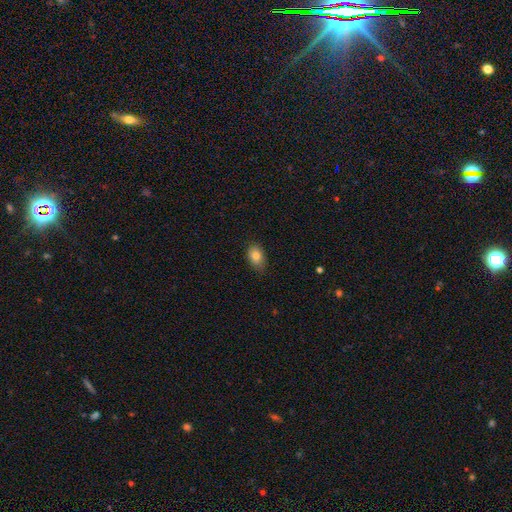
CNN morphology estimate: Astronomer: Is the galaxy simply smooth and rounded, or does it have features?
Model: smooth — 82%.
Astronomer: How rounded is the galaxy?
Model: in between — 84%.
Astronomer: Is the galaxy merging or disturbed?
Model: none — 80%.